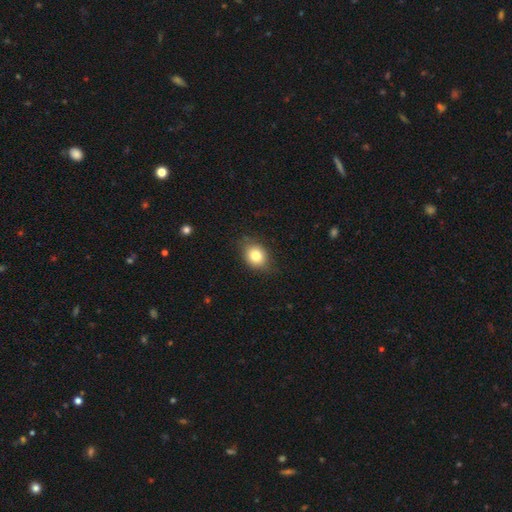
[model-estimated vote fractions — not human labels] Smooth or featured? Predicted: smooth (p=0.81). How rounded? Predicted: in between (p=0.53). Merging? Predicted: none (p=0.74).